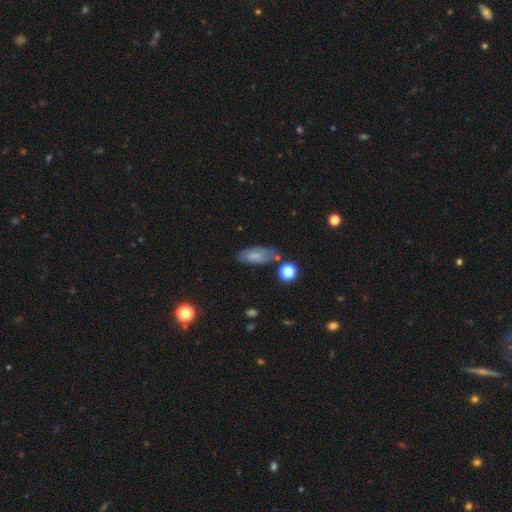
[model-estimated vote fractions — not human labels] A smooth galaxy with no disk features (72%) that is in between round and cigar-shaped (84%). Merging: none (64%).